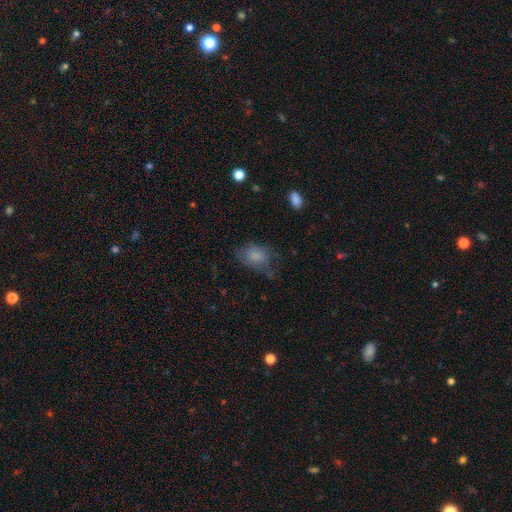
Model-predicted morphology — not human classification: smooth-or-featured: smooth: 72% | featured or disk: 18% | star or artifact: 9%
  how-rounded: in between: 75% | round: 24% | cigar-shaped: 1%
  merging: none: 46% | minor disturbance: 30% | major disturbance: 22% | merger: 2%